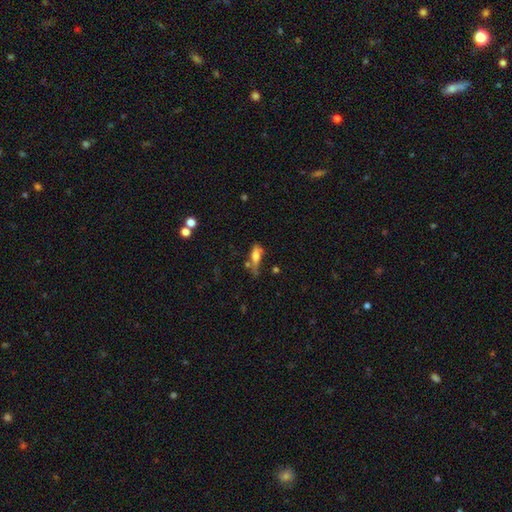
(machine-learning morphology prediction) Q: Smooth or featured?
A: smooth (62%); runner-up: featured or disk (28%)
Q: How rounded?
A: in between (58%); runner-up: cigar-shaped (39%)
Q: Merging?
A: none (39%); runner-up: minor disturbance (31%)